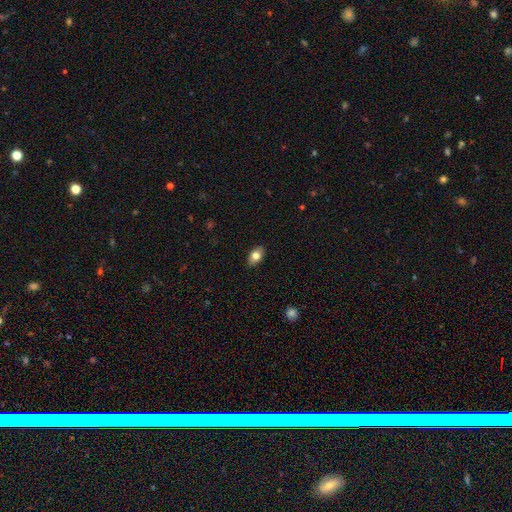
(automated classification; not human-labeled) A smooth galaxy with no disk features (79%) that is in between round and cigar-shaped (88%).

Vote fractions:
- Smooth or featured? smooth: 79% / featured or disk: 13% / star or artifact: 8%
- How rounded? in between: 88% / round: 10% / cigar-shaped: 2%
- Merging? none: 88% / minor disturbance: 9% / major disturbance: 2% / merger: 1%